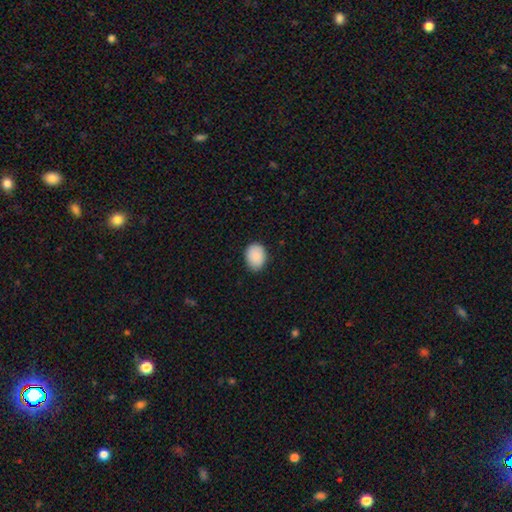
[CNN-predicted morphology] The model was most divided on "how rounded": in between: 63%, round: 36%, cigar-shaped: 1%. More confident: smooth or featured — smooth (90%); merging — none (84%).